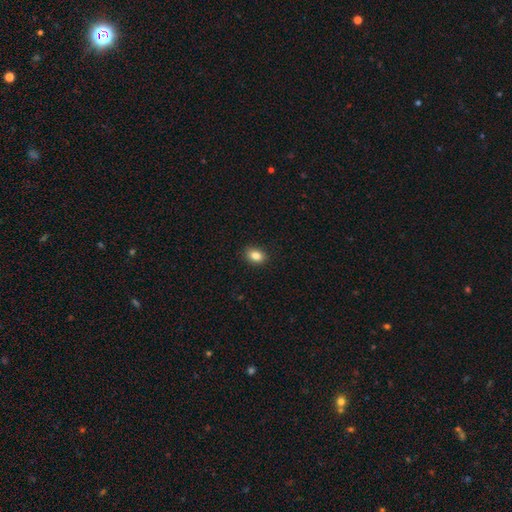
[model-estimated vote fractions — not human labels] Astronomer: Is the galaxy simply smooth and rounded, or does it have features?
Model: smooth — 85%.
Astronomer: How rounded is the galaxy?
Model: in between — 72%.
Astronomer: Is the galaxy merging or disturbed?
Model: none — 90%.